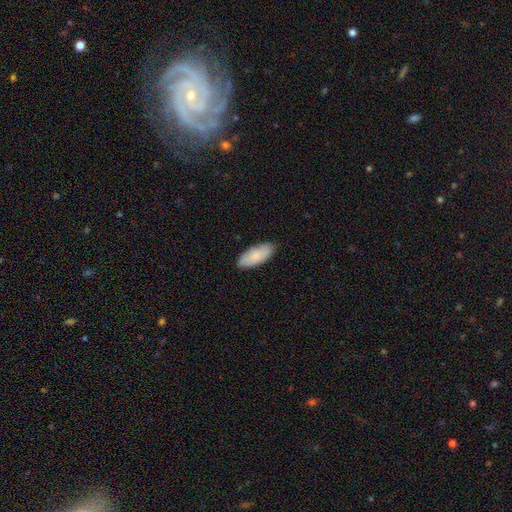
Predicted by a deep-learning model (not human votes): smooth 84%, featured or disk 11%, star or artifact 5%. Down the decision tree: how rounded — in between (85%); merging — none (87%).